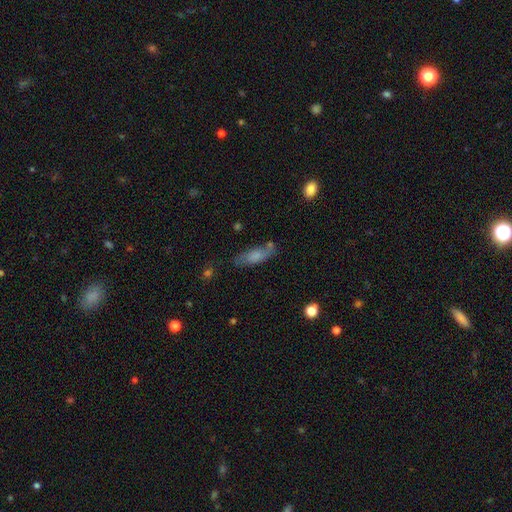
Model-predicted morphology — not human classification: A smooth galaxy with no disk features (64%) that is in between round and cigar-shaped (61%). Merging: none (61%).